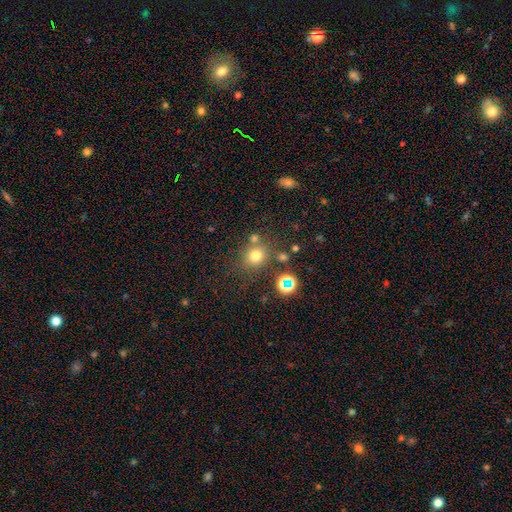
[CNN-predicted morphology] Smooth or featured: smooth — 73% (star or artifact — 19%)
How rounded: round — 79% (in between — 20%)
Merging: none — 70% (merger — 12%)